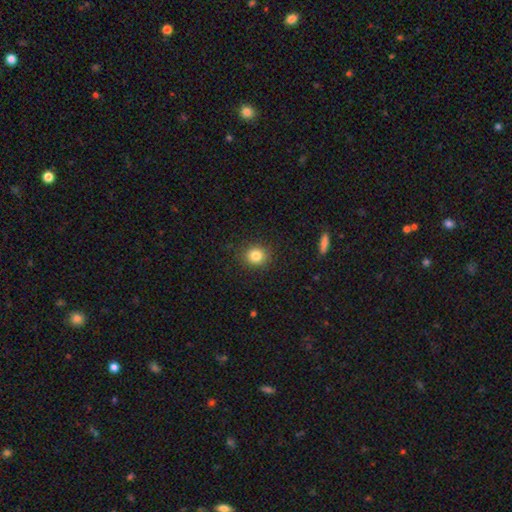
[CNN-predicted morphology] Smooth or featured? Predicted: smooth (p=0.83). How rounded? Predicted: round (p=0.82). Merging? Predicted: none (p=0.89).